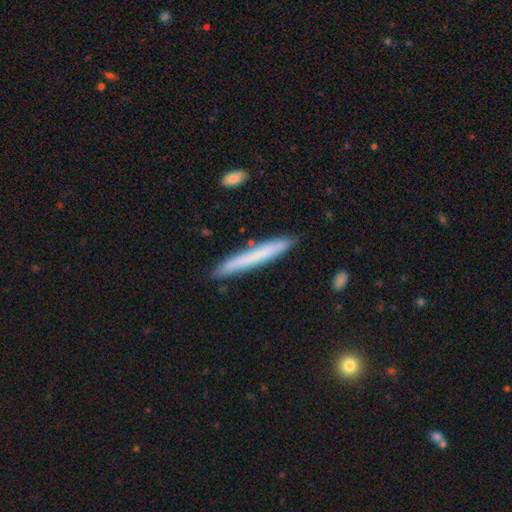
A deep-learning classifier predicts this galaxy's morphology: A smooth galaxy with no disk features (66%) that is cigar-shaped (97%).

Vote fractions:
- Smooth or featured? smooth: 66% / featured or disk: 28% / star or artifact: 6%
- How rounded? cigar-shaped: 97% / in between: 2% / round: 1%
- Merging? none: 88% / minor disturbance: 9% / merger: 2% / major disturbance: 2%